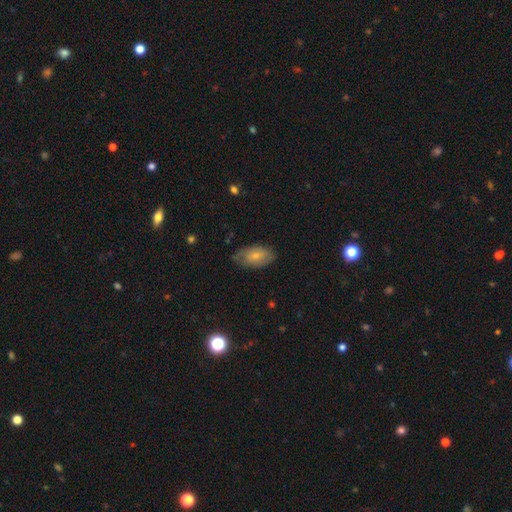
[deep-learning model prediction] Smooth or featured? Predicted: smooth (p=0.62). How rounded? Predicted: in between (p=0.92). Merging? Predicted: none (p=0.65).